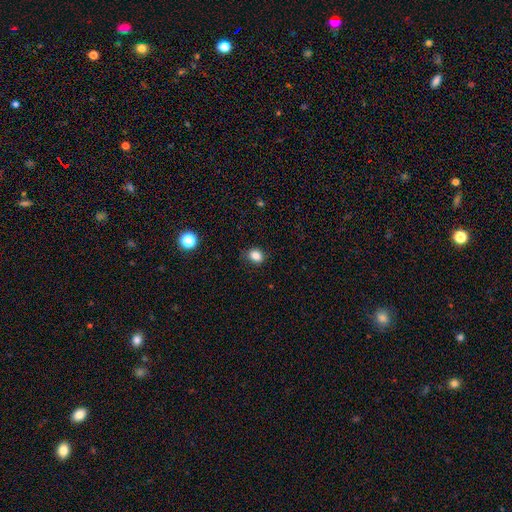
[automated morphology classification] type=smooth (84%); roundness=in between (50%); merging=none (82%).